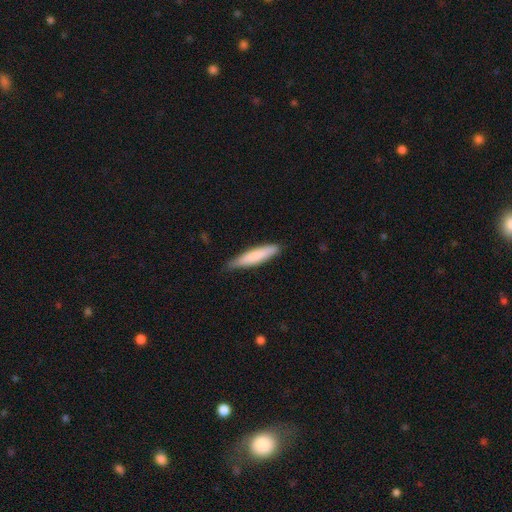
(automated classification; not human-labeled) The model was most divided on "merging": none: 78%, minor disturbance: 18%, major disturbance: 2%, merger: 1%. More confident: how rounded — cigar-shaped (85%); smooth or featured — smooth (79%).